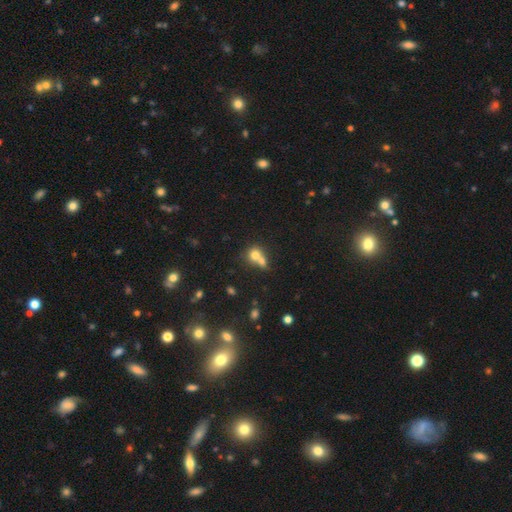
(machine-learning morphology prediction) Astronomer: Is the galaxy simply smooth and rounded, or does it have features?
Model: smooth — 72%.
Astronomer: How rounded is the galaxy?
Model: round — 75%.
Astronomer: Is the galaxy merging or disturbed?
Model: merger — 61%.